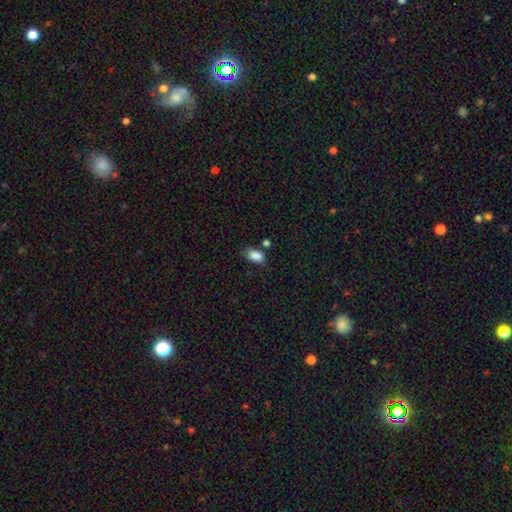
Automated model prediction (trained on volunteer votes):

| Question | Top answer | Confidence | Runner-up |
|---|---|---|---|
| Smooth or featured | smooth | 86% | star or artifact (9%) |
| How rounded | in between | 87% | round (11%) |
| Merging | none | 62% | minor disturbance (22%) |